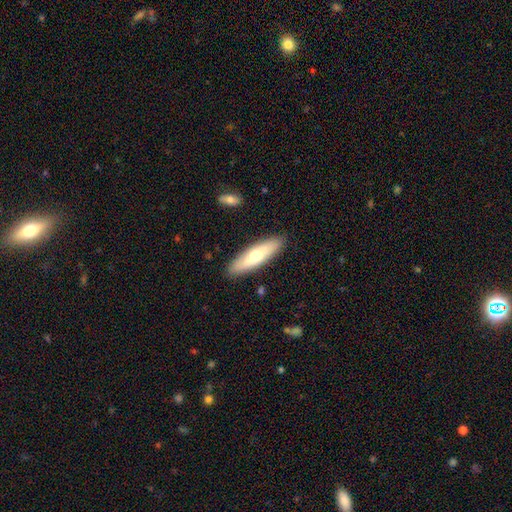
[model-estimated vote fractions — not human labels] This is likely a smooth galaxy (63%). How rounded: likely cigar-shaped (64%). Merging: clearly none (89%).